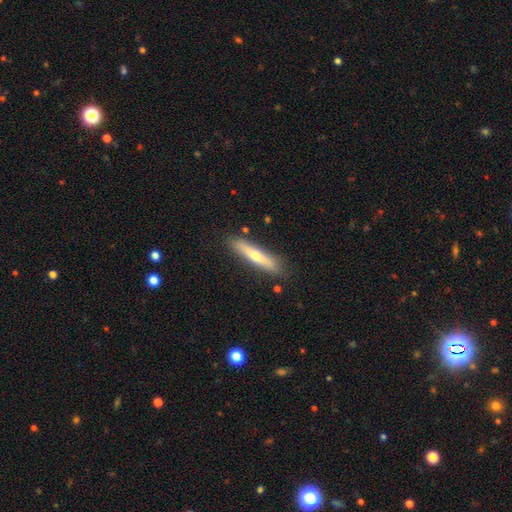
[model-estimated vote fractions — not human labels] smooth_or_featured: smooth (p=0.48) [alt: featured or disk p=0.46]
merging: none (p=0.86) [alt: minor disturbance p=0.10]